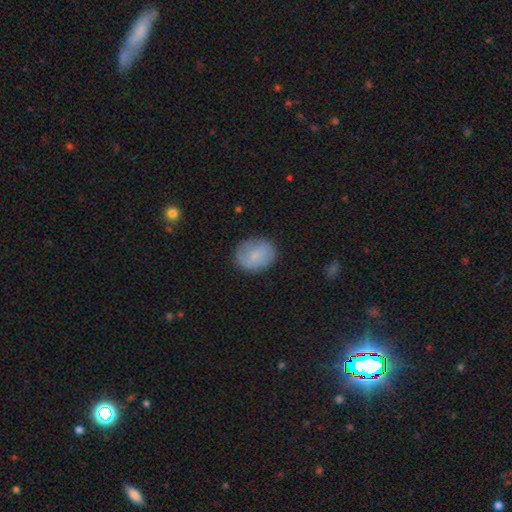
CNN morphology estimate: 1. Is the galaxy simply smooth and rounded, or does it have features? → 70% smooth, 23% featured or disk, 7% star or artifact.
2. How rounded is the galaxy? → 51% round, 48% in between, 1% cigar-shaped.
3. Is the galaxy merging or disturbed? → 79% none, 15% minor disturbance, 4% major disturbance, 1% merger.